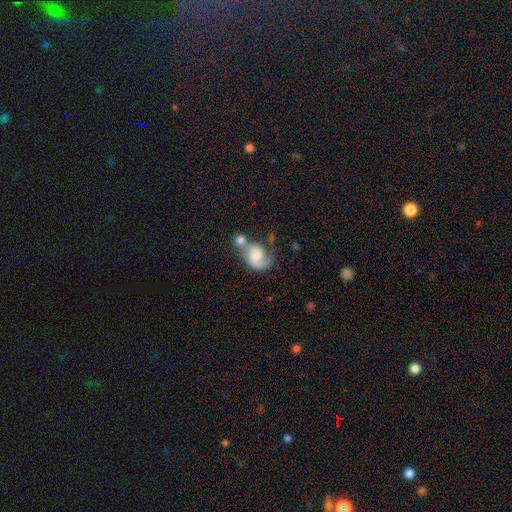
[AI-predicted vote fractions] Morphology: type=smooth (47%); merging=merger (49%).